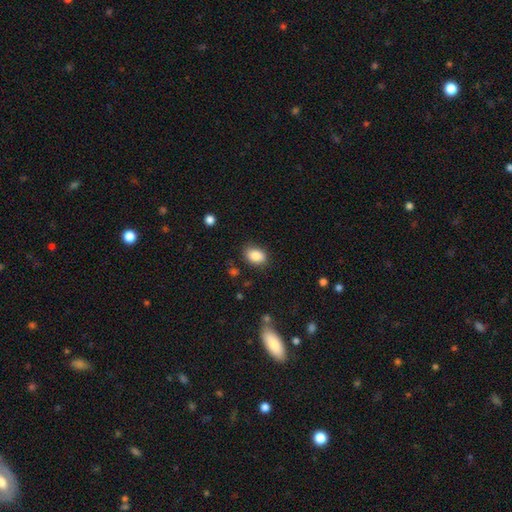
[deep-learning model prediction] Smooth or featured: smooth — 86% (star or artifact — 8%)
How rounded: in between — 76% (round — 23%)
Merging: none — 81% (minor disturbance — 14%)